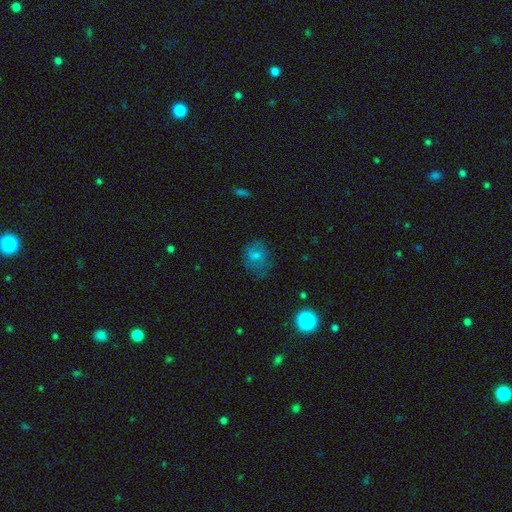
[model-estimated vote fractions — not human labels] Smooth or featured?
  - smooth: 61% *
  - featured or disk: 22%
  - star or artifact: 16%
How rounded?
  - round: 64% *
  - in between: 35%
  - cigar-shaped: 1%
Merging?
  - none: 63% *
  - minor disturbance: 24%
  - major disturbance: 12%
  - merger: 2%